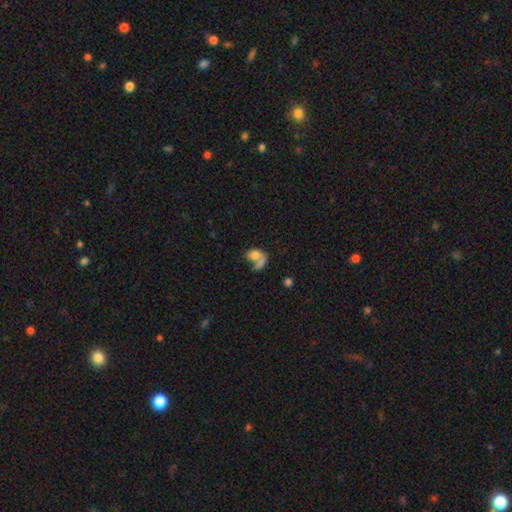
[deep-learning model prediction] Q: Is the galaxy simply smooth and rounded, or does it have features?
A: smooth — 60%.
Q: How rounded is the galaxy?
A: in between — 72%.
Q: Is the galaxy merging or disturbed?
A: merger — 41%.